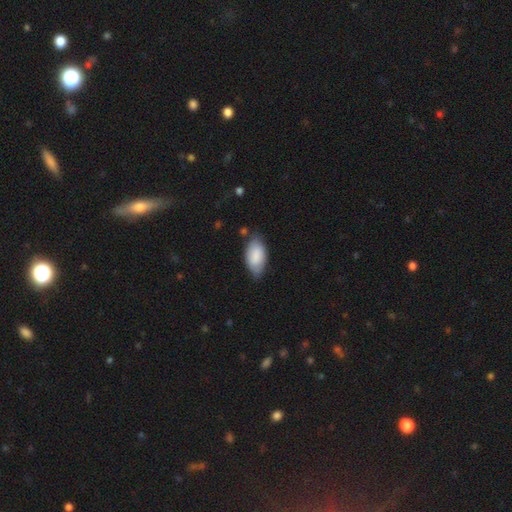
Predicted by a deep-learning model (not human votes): Smooth or featured? Predicted: smooth (p=0.84). How rounded? Predicted: in between (p=0.94). Merging? Predicted: none (p=0.68).